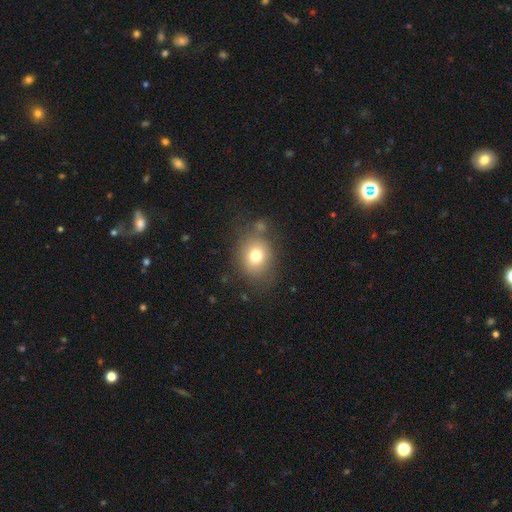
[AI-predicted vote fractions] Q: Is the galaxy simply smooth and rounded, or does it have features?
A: smooth — 75%.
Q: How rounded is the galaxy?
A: round — 63%.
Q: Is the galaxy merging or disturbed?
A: none — 72%.